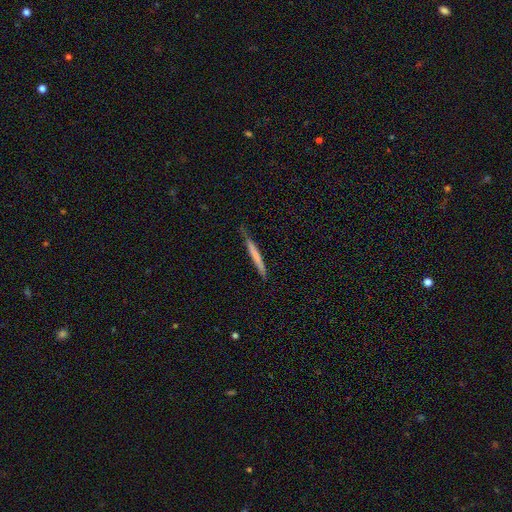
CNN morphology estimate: Smooth or featured: smooth — 64% (featured or disk — 31%)
How rounded: cigar-shaped — 96% (in between — 2%)
Merging: none — 75% (minor disturbance — 20%)